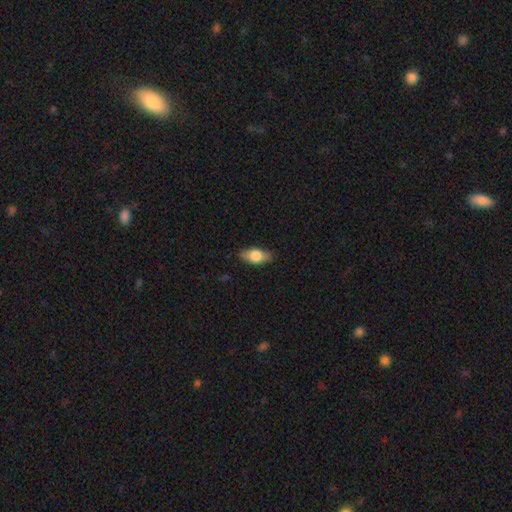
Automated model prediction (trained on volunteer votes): A smooth galaxy with no disk features (75%) that is in between round and cigar-shaped (86%).

Vote fractions:
- Smooth or featured? smooth: 75% / featured or disk: 18% / star or artifact: 7%
- How rounded? in between: 86% / cigar-shaped: 9% / round: 5%
- Merging? none: 83% / minor disturbance: 13% / major disturbance: 3% / merger: 1%